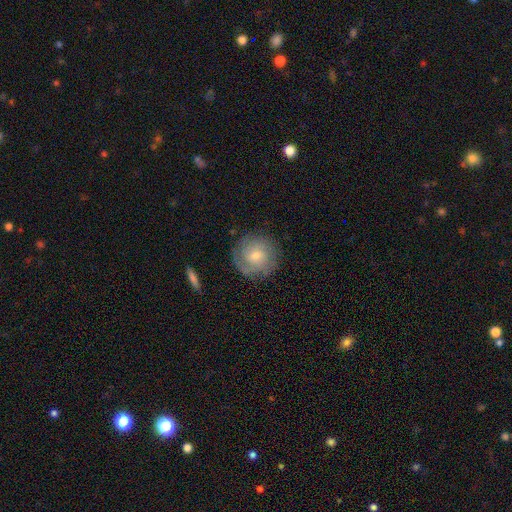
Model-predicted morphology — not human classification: Smooth or featured? featured or disk (50%)
Edge-on disk? no (96%)
Merging? none (80%)